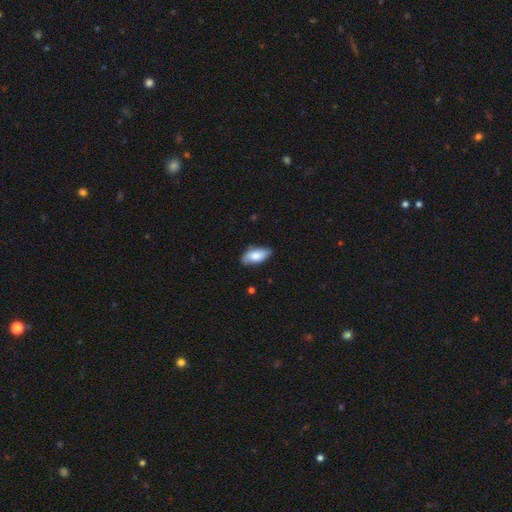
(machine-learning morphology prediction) Smooth or featured? Predicted: smooth (p=0.77). How rounded? Predicted: in between (p=0.90). Merging? Predicted: none (p=0.75).